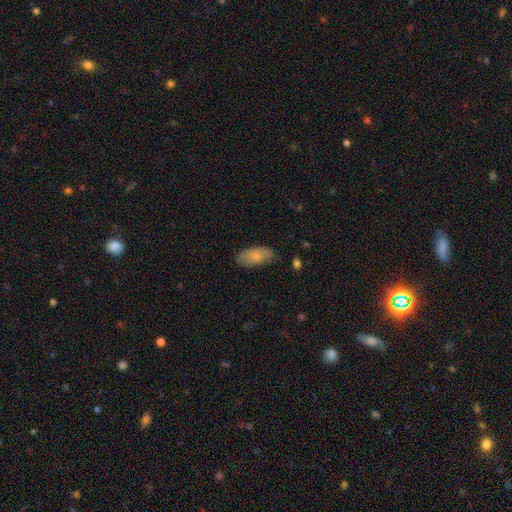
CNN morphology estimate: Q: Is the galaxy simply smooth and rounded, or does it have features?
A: smooth — 75%.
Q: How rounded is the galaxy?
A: in between — 91%.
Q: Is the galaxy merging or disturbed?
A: none — 74%.